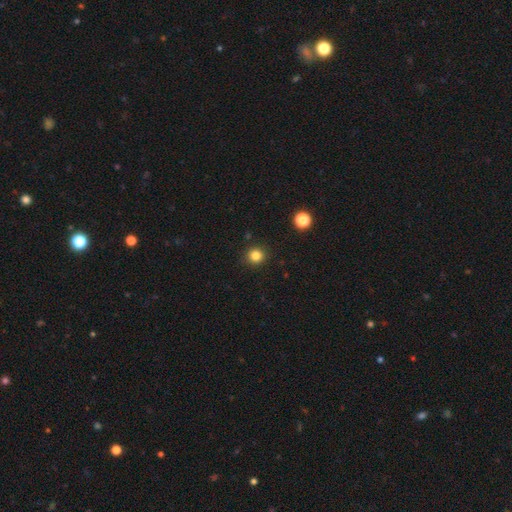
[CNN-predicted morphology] smooth_or_featured: smooth (p=0.83) [alt: star or artifact p=0.13]
how_rounded: round (p=0.93) [alt: in between p=0.06]
merging: none (p=0.91) [alt: minor disturbance p=0.06]